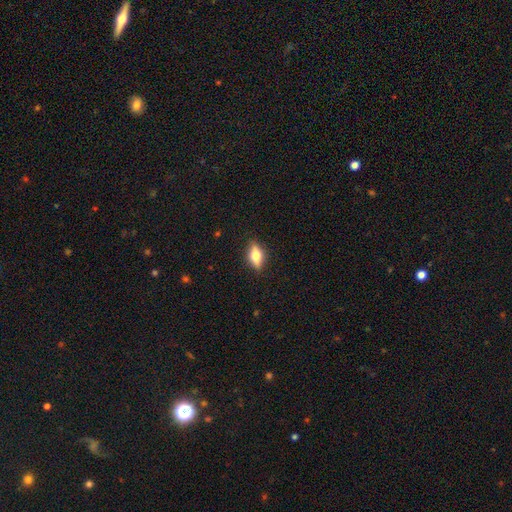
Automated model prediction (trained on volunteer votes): This is possibly a smooth galaxy (56%). How rounded: likely in between (73%). Merging: clearly none (86%).